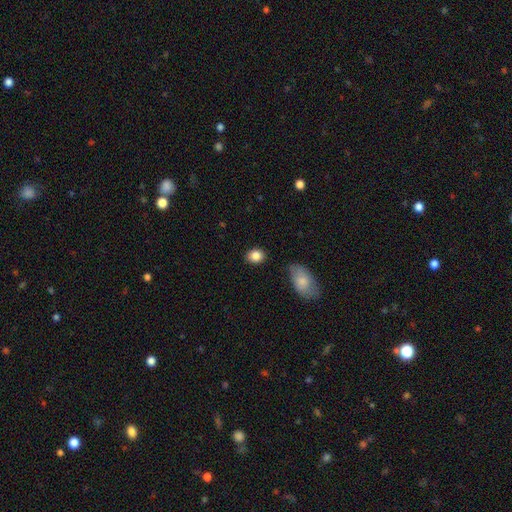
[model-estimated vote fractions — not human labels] A smooth galaxy with no disk features (86%) that is in between round and cigar-shaped (54%). Merging: none (82%).